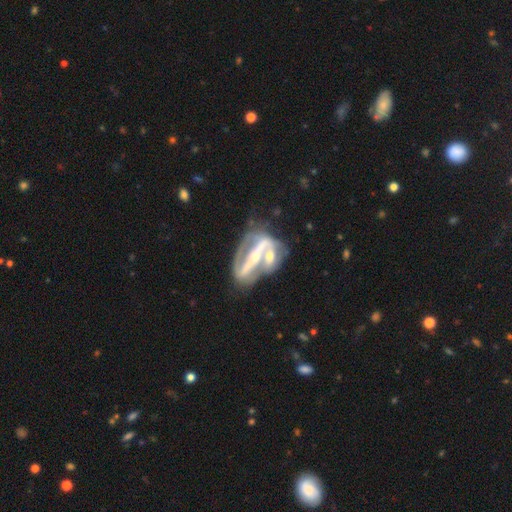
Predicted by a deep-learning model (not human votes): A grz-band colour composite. It shows a featured or disk galaxy (85%) with a strong bar (74%), 2 (80%) medium (38%) spiral arms (70%) and a moderate central bulge (50%). Merging: merger (42%).